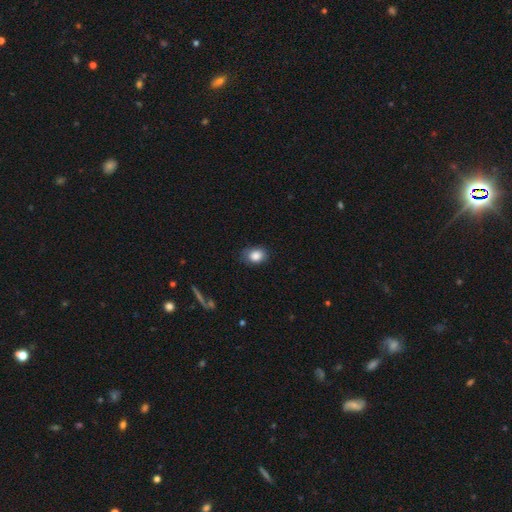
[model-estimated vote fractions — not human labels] Morphology: type=smooth (85%); roundness=in between (58%); merging=none (78%).